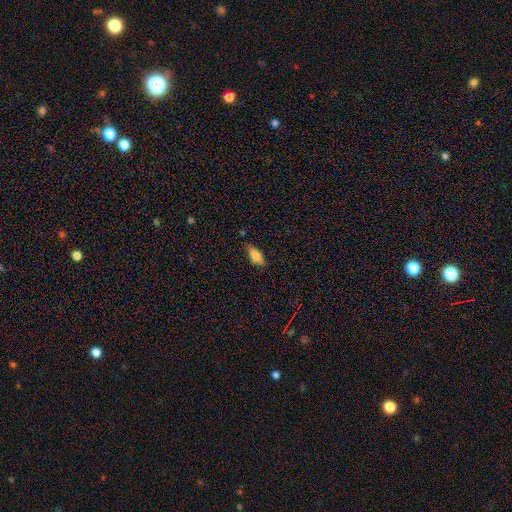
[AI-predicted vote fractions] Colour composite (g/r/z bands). It shows a smooth galaxy with no disk features (76%) that is in between round and cigar-shaped (80%). Merging: none (80%).